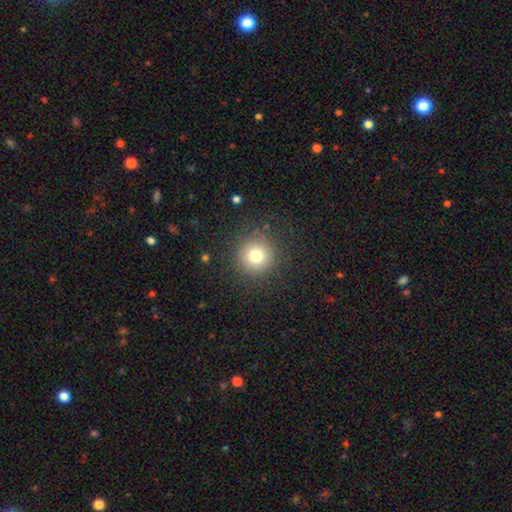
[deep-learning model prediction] Smooth or featured: smooth — 76% (star or artifact — 14%)
How rounded: round — 95% (in between — 4%)
Merging: none — 88% (minor disturbance — 7%)